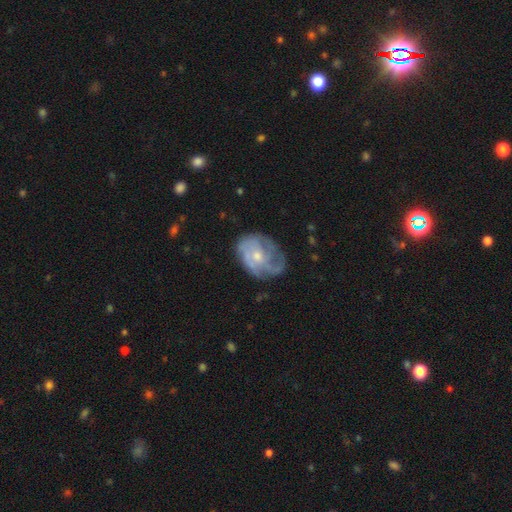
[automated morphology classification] Smooth or featured? Predicted: featured or disk (p=0.74). Edge-on disk? Predicted: no (p=0.97). Bar? Predicted: no (p=0.74). Spiral arms? Predicted: yes (p=0.87). Spiral winding? Predicted: tight (p=0.47). Spiral arm count? Predicted: can't tell (p=0.36). Bulge size? Predicted: moderate (p=0.54). Merging? Predicted: none (p=0.60).